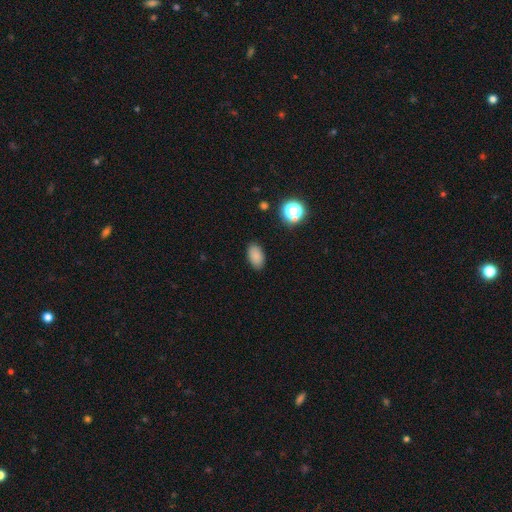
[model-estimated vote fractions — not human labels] smooth-or-featured: smooth: 84% | star or artifact: 12% | featured or disk: 5%
  how-rounded: in between: 91% | round: 8% | cigar-shaped: 2%
  merging: none: 87% | minor disturbance: 10% | major disturbance: 3% | merger: 1%